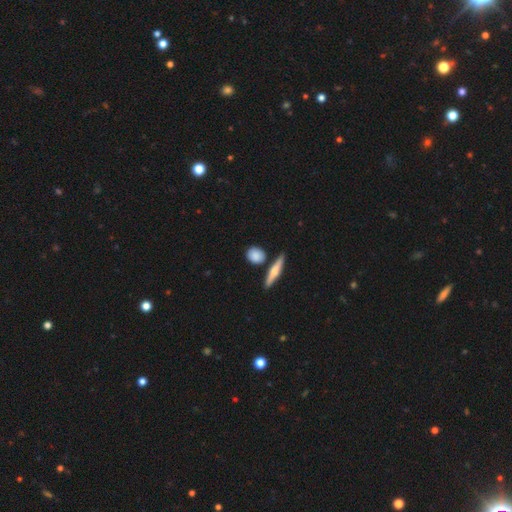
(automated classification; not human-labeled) Smooth or featured? smooth (81%)
How rounded? round (66%)
Merging? none (78%)